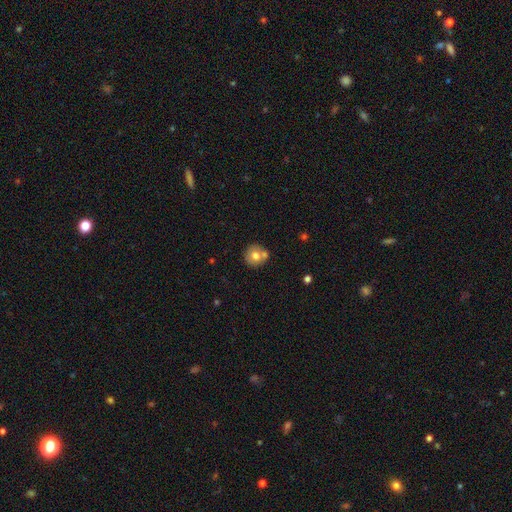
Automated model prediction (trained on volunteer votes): This appears to be a smooth galaxy with no disk features (73%) that is round (89%). Merging: none (61%).